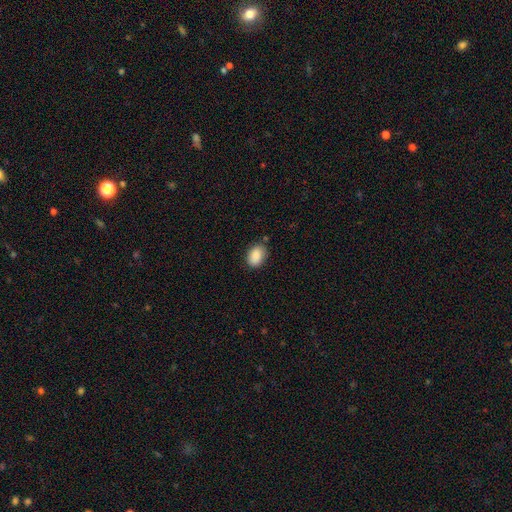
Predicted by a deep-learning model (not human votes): Morphology: type=smooth (89%); roundness=in between (79%); merging=none (79%).